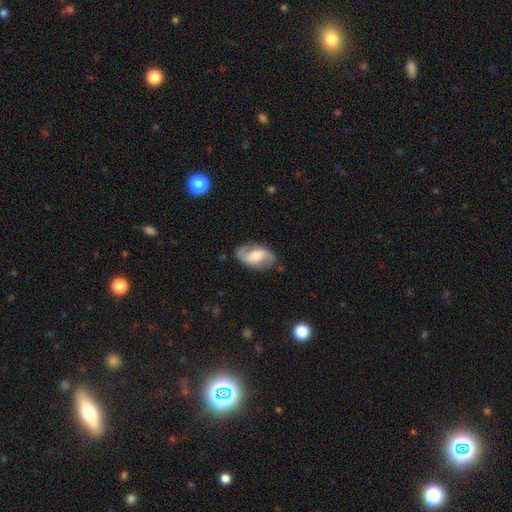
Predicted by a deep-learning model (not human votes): Smooth or featured? Predicted: featured or disk (p=0.75). Edge-on disk? Predicted: no (p=0.96). Bar? Predicted: weak (p=0.46). Spiral arms? Predicted: yes (p=0.92). Spiral winding? Predicted: loose (p=0.48). Spiral arm count? Predicted: 2 (p=0.91). Bulge size? Predicted: moderate (p=0.58). Merging? Predicted: none (p=0.80).